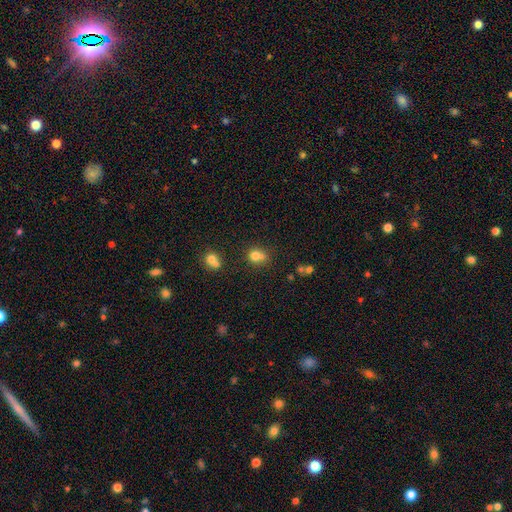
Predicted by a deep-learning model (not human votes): Morphology: type=smooth (74%); roundness=round (74%); merging=none (43%).